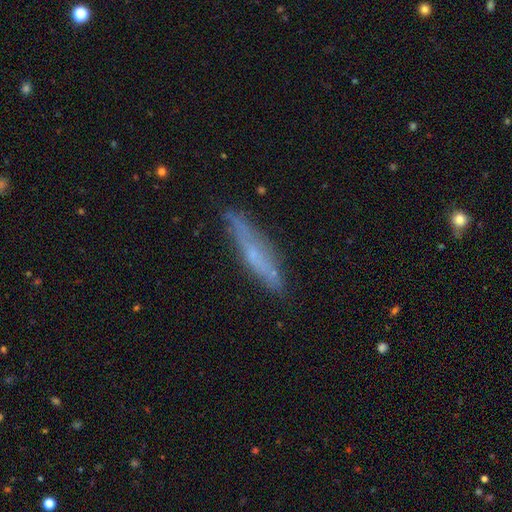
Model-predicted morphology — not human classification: This is possibly a featured or disk galaxy (48%). Merging: likely none (78%).